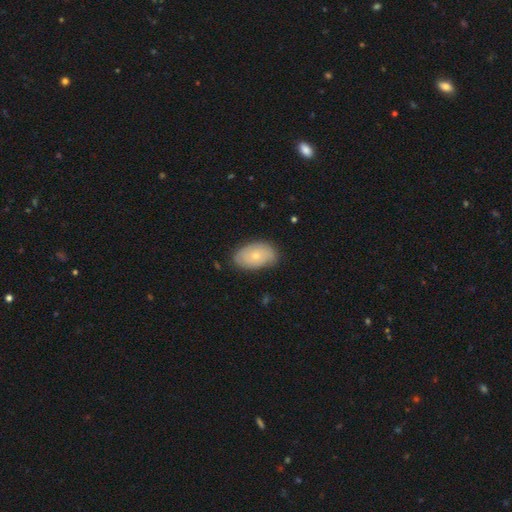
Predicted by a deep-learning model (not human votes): Smooth or featured? Predicted: smooth (p=0.65). How rounded? Predicted: in between (p=0.92). Merging? Predicted: none (p=0.78).